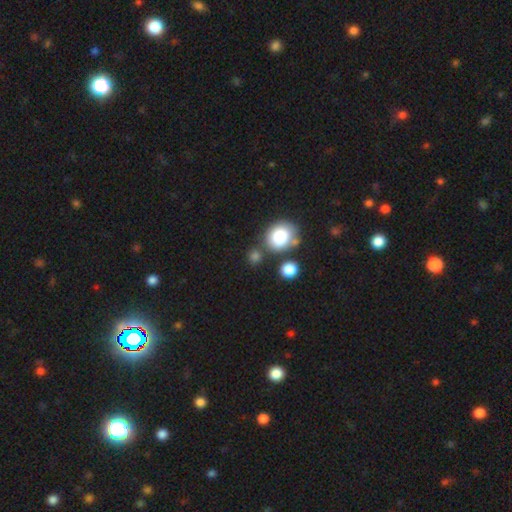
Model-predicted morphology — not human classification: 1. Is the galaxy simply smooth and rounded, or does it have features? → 80% smooth, 13% star or artifact, 7% featured or disk.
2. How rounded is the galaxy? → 69% round, 30% in between, 1% cigar-shaped.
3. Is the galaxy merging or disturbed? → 64% none, 18% merger, 14% minor disturbance, 5% major disturbance.